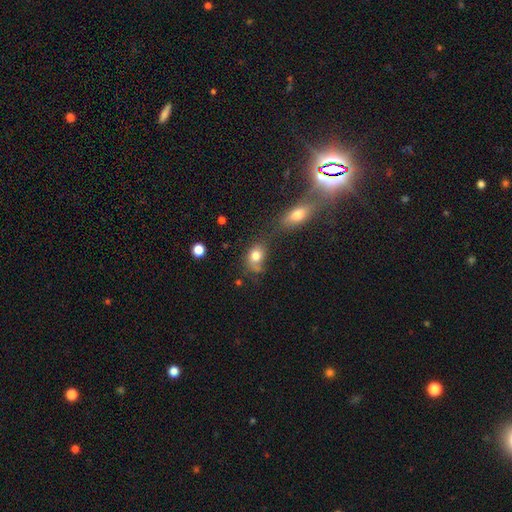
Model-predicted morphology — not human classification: The model was most divided on "merging": none: 47%, minor disturbance: 23%, merger: 19%, major disturbance: 12%. More confident: smooth or featured — smooth (79%); how rounded — in between (65%).